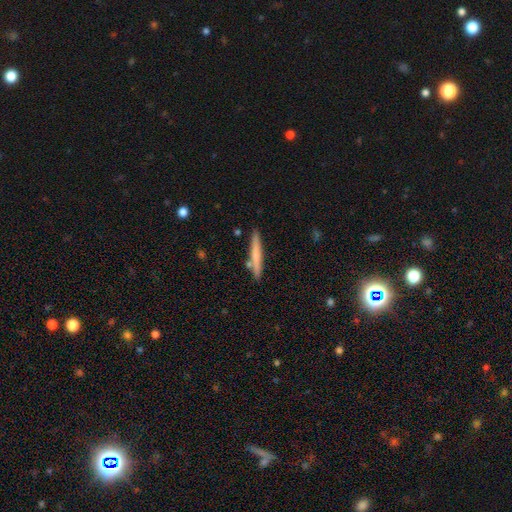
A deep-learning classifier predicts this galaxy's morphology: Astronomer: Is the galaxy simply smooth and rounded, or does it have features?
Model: smooth — 59% (runner-up: featured or disk, 35%).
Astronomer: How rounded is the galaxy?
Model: cigar-shaped — 95%.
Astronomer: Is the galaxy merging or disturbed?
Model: none — 84%.